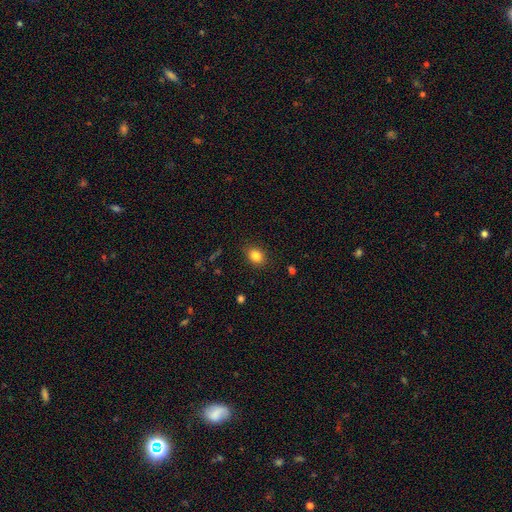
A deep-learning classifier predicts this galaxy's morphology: The model was most divided on "how rounded": in between: 66%, round: 33%, cigar-shaped: 1%. More confident: merging — none (87%); smooth or featured — smooth (84%).